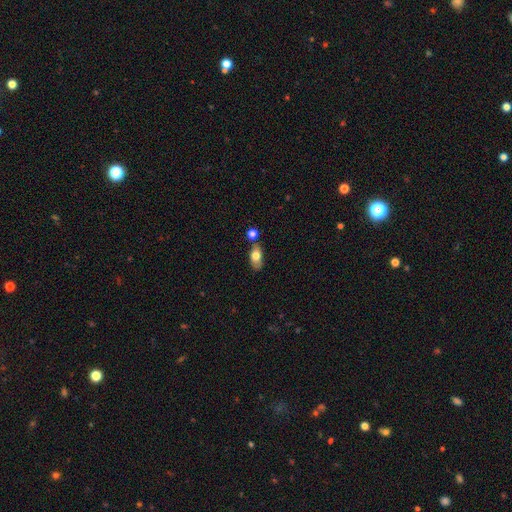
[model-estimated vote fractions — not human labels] Smooth or featured?
  - smooth: 74% *
  - featured or disk: 18%
  - star or artifact: 8%
How rounded?
  - in between: 87% *
  - round: 7%
  - cigar-shaped: 6%
Merging?
  - none: 63% *
  - minor disturbance: 17%
  - merger: 16%
  - major disturbance: 5%